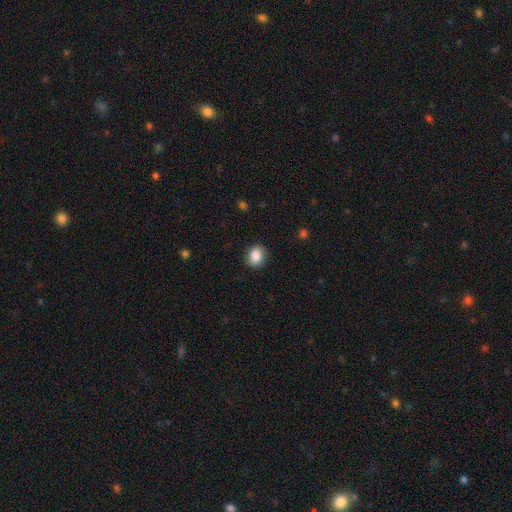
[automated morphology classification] This is clearly a smooth galaxy (87%). How rounded: possibly round (51%). Merging: clearly none (87%).